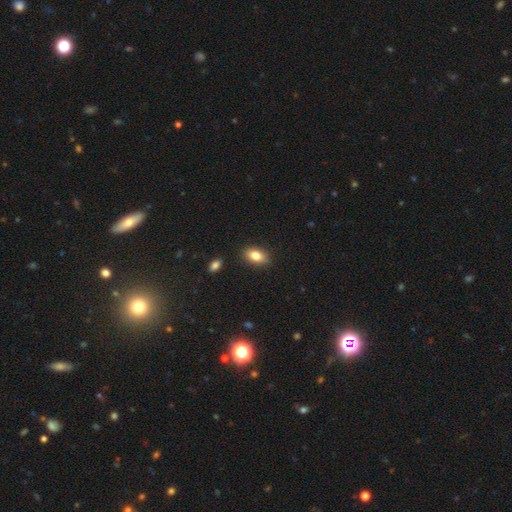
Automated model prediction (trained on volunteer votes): smooth_or_featured: smooth (p=0.82) [alt: featured or disk p=0.10]
how_rounded: in between (p=0.88) [alt: round p=0.08]
merging: none (p=0.85) [alt: minor disturbance p=0.11]